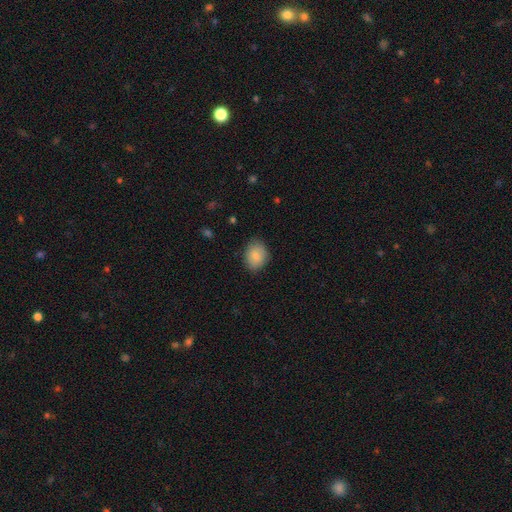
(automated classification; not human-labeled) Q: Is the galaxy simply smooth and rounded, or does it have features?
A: smooth — 87%.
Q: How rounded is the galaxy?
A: in between — 62%.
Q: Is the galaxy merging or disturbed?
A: none — 81%.